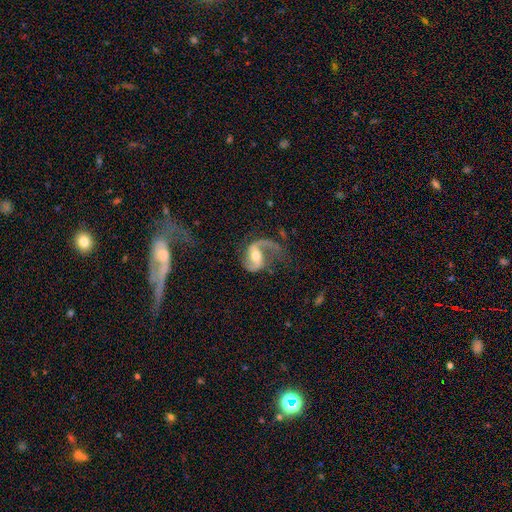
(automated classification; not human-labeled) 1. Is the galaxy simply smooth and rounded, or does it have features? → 87% featured or disk, 8% smooth, 5% star or artifact.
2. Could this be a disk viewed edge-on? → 98% no, 2% yes.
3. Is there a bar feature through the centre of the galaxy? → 43% weak, 31% strong, 26% no.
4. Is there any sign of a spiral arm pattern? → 96% yes, 4% no.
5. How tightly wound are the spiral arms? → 57% loose, 36% medium, 7% tight.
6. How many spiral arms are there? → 74% 2, 22% 1, 2% can't tell, 1% 3, 1% 4, 1% more than 4.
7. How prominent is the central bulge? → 65% moderate, 26% small, 6% large, 2% none, 1% dominant.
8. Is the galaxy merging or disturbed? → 49% none, 28% major disturbance, 20% minor disturbance, 3% merger.